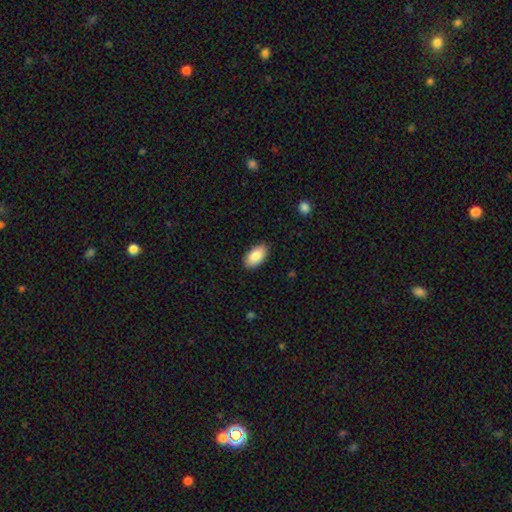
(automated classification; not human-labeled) smooth-or-featured: smooth: 87% | featured or disk: 7% | star or artifact: 6%
  how-rounded: in between: 95% | round: 3% | cigar-shaped: 2%
  merging: none: 87% | minor disturbance: 10% | major disturbance: 2% | merger: 1%